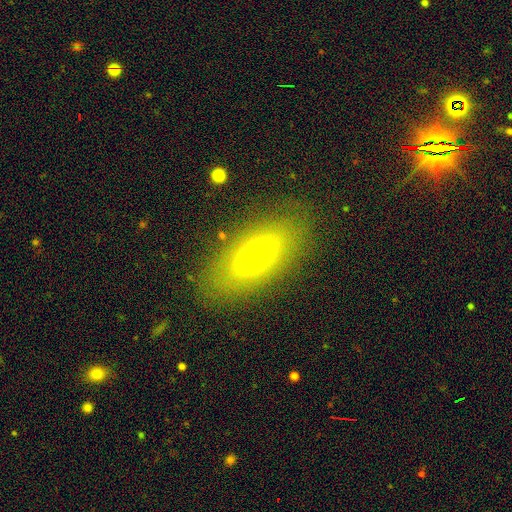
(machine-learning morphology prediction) This is likely a smooth galaxy (66%). How rounded: likely in between (78%). Merging: clearly none (83%).